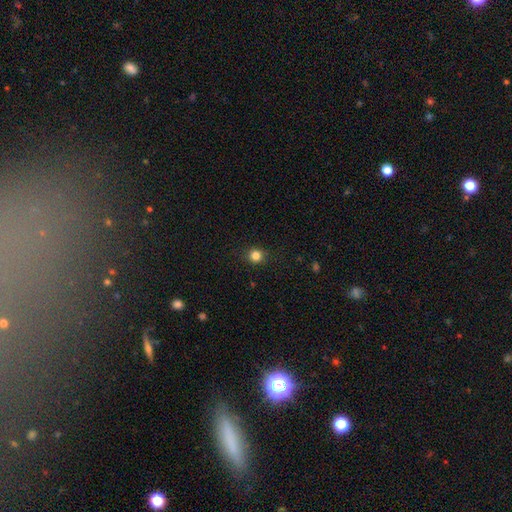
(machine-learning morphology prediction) smooth 82%, star or artifact 13%, featured or disk 5%. Down the decision tree: how rounded — round (89%); merging — none (90%).